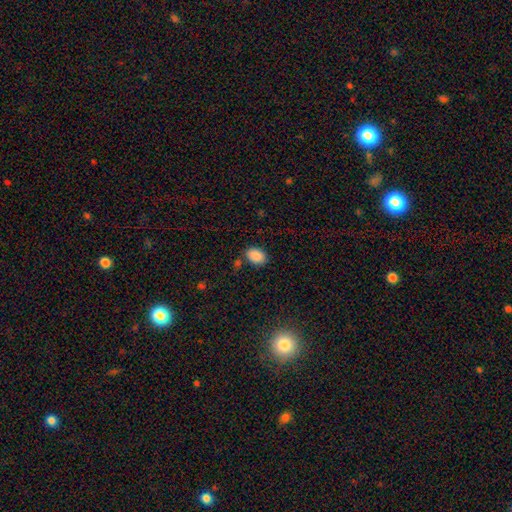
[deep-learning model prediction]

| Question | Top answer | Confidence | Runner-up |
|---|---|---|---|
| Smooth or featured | smooth | 88% | star or artifact (8%) |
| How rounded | in between | 84% | round (15%) |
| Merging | none | 78% | minor disturbance (13%) |